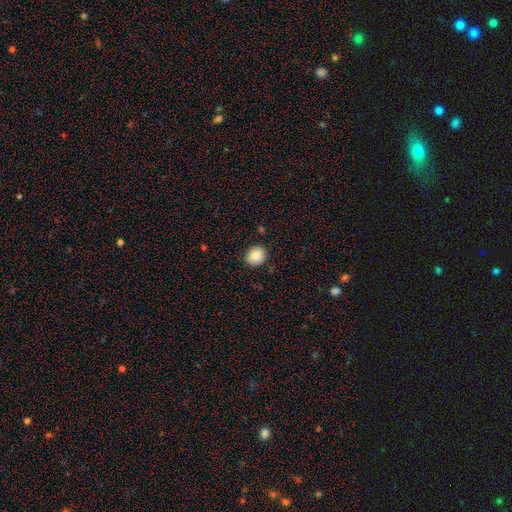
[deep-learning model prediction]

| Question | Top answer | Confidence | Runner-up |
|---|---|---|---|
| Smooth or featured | smooth | 86% | star or artifact (8%) |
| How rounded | round | 72% | in between (27%) |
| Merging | none | 89% | minor disturbance (8%) |